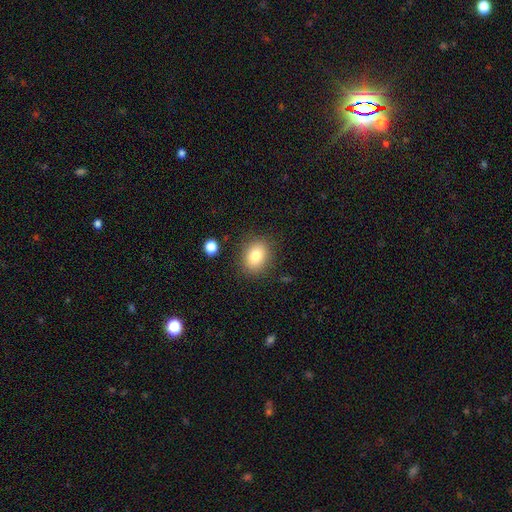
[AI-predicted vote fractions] Smooth or featured? Predicted: smooth (p=0.81). How rounded? Predicted: in between (p=0.58). Merging? Predicted: none (p=0.84).